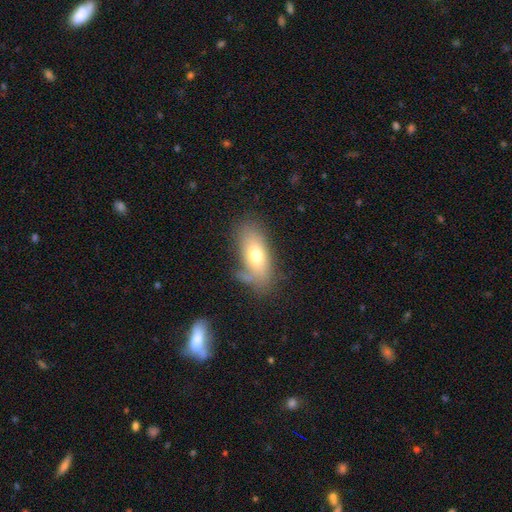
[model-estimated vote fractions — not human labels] The model was most divided on "merging": none: 53%, minor disturbance: 24%, major disturbance: 14%, merger: 9%. More confident: how rounded — in between (87%); smooth or featured — smooth (66%).